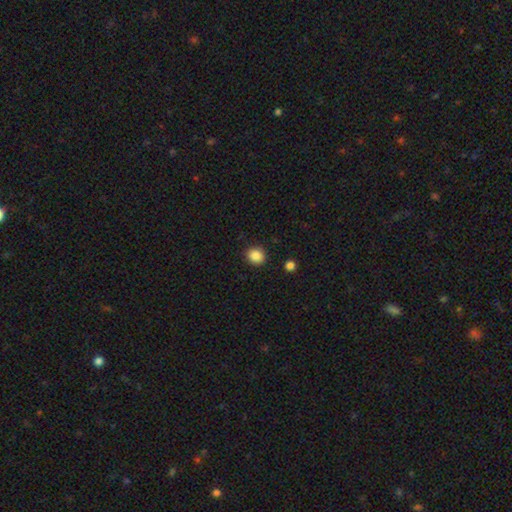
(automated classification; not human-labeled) smooth_or_featured: smooth (p=0.87) [alt: star or artifact p=0.10]
how_rounded: round (p=0.80) [alt: in between p=0.19]
merging: none (p=0.90) [alt: minor disturbance p=0.06]